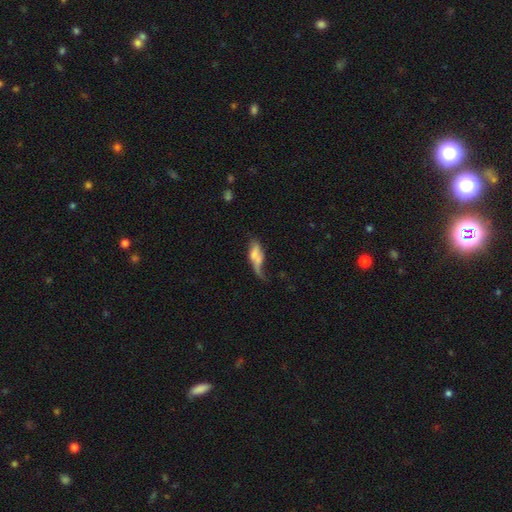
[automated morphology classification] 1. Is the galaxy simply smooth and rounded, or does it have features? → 57% smooth, 35% featured or disk, 9% star or artifact.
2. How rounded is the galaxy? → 65% in between, 32% cigar-shaped, 4% round.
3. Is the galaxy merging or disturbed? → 38% major disturbance, 23% minor disturbance, 22% none, 18% merger.